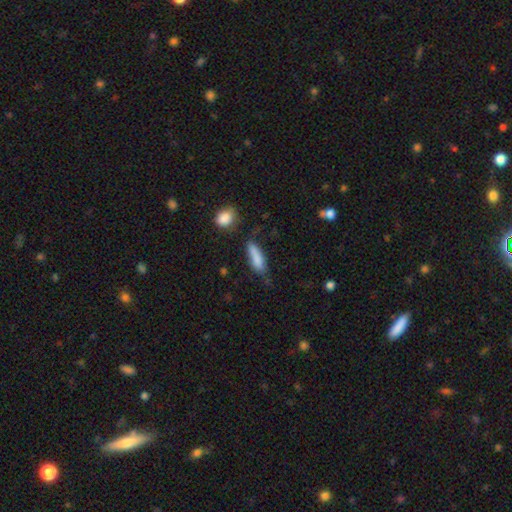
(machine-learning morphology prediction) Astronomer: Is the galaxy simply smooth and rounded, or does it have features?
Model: smooth — 81%.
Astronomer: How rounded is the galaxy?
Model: cigar-shaped — 55% (runner-up: in between, 43%).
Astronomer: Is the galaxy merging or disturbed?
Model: none — 53% (runner-up: minor disturbance, 29%).